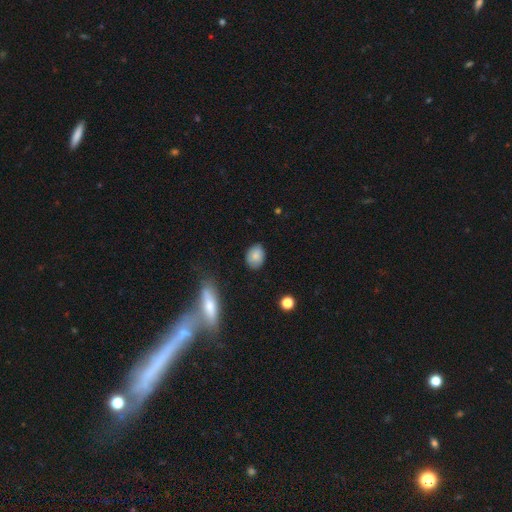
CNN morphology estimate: Smooth or featured? Predicted: smooth (p=0.82). How rounded? Predicted: in between (p=0.64). Merging? Predicted: none (p=0.81).